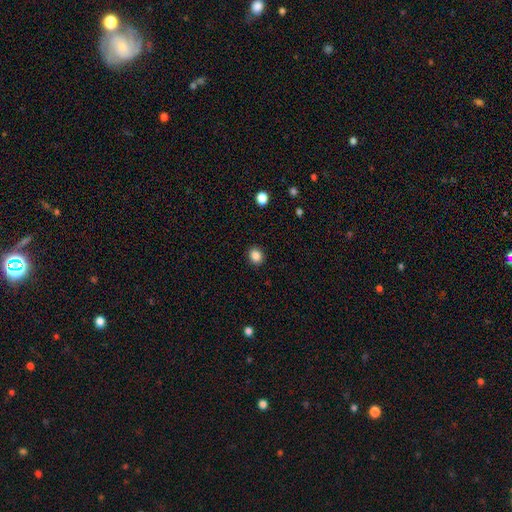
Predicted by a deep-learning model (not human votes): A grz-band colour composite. It shows a smooth galaxy with no disk features (86%) that is round (72%). Merging: none (91%).